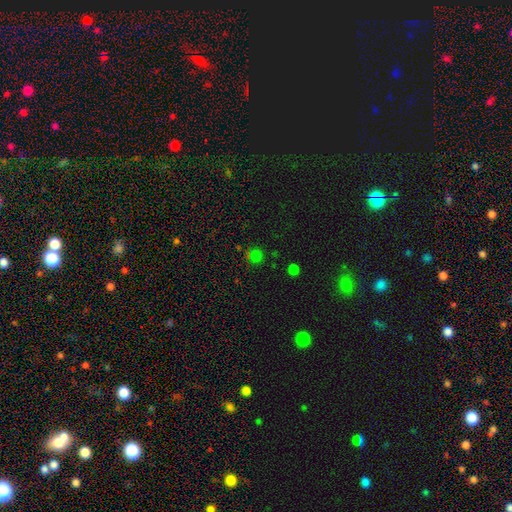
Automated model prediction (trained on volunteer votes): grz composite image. It shows a smooth galaxy with no disk features (59%) that is round (89%). Merging: none (73%).